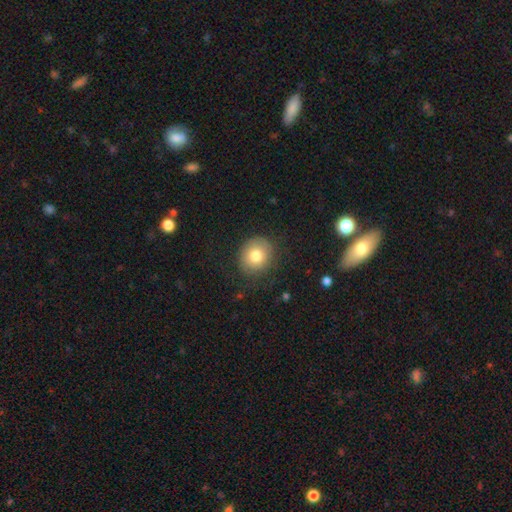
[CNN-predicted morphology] This is likely a smooth galaxy (80%). How rounded: likely round (78%). Merging: likely none (80%).